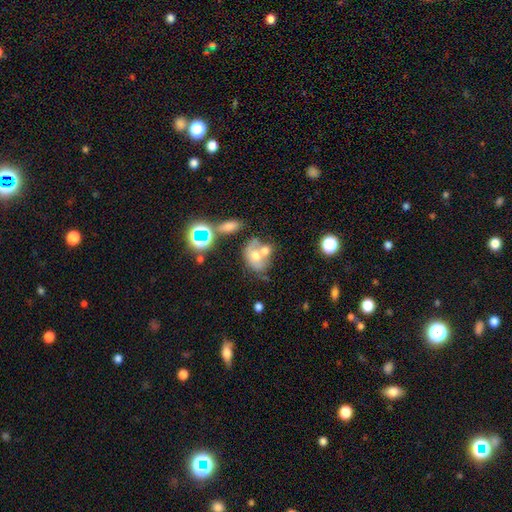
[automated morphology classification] smooth-or-featured: smooth: 56% | featured or disk: 31% | star or artifact: 13%
  how-rounded: in between: 66% | round: 33% | cigar-shaped: 1%
  merging: merger: 52% | none: 27% | minor disturbance: 13% | major disturbance: 8%